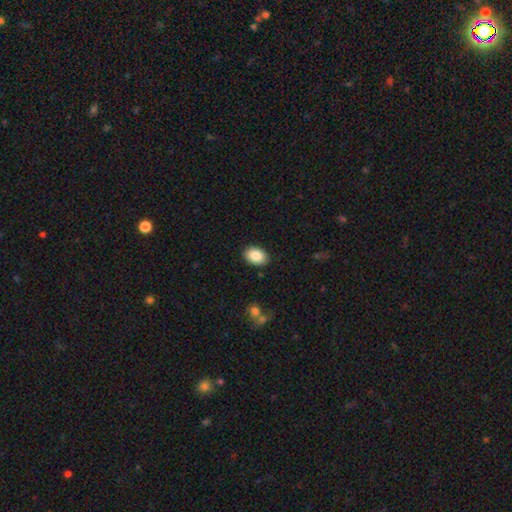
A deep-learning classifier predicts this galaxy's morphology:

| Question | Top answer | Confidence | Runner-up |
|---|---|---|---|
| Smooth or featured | smooth | 87% | star or artifact (7%) |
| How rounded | in between | 82% | round (17%) |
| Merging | none | 89% | minor disturbance (8%) |